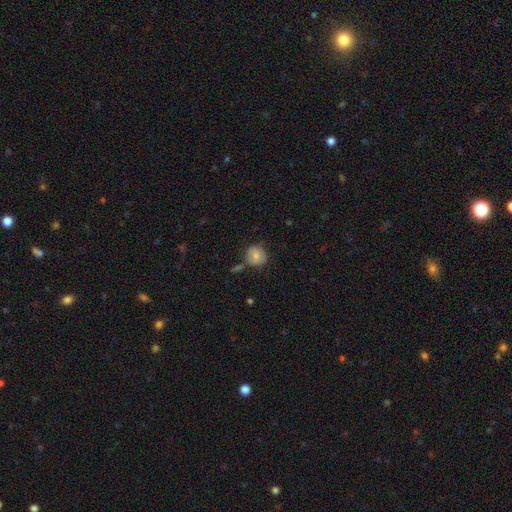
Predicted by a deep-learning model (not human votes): Morphology: type=smooth (75%); roundness=round (87%); merging=none (69%).